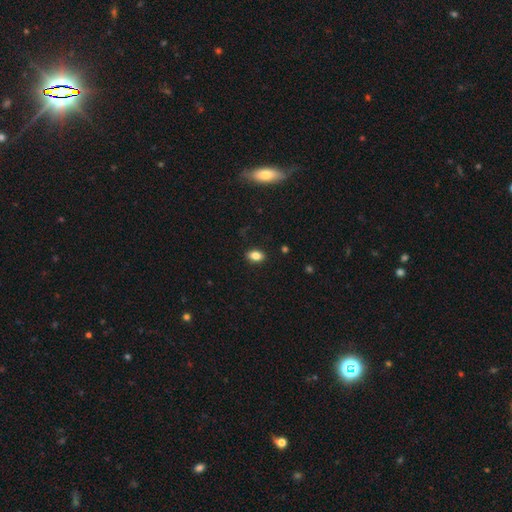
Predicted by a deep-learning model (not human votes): smooth_or_featured: smooth (p=0.82) [alt: star or artifact p=0.10]
how_rounded: in between (p=0.85) [alt: round p=0.12]
merging: none (p=0.87) [alt: minor disturbance p=0.10]